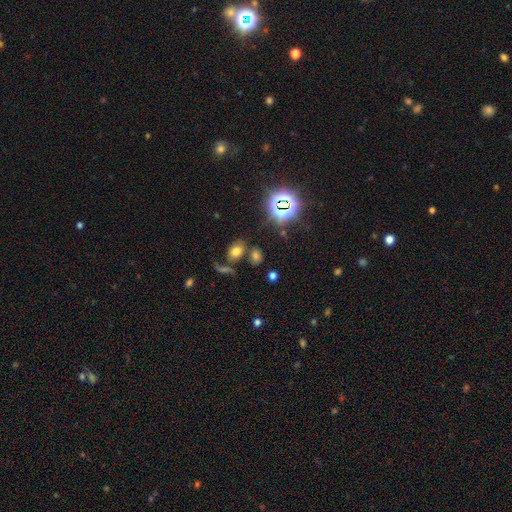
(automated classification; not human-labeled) The model was most divided on "smooth or featured": smooth: 56%, star or artifact: 34%, featured or disk: 10%. More confident: merging — none (71%); how rounded — in between (66%).